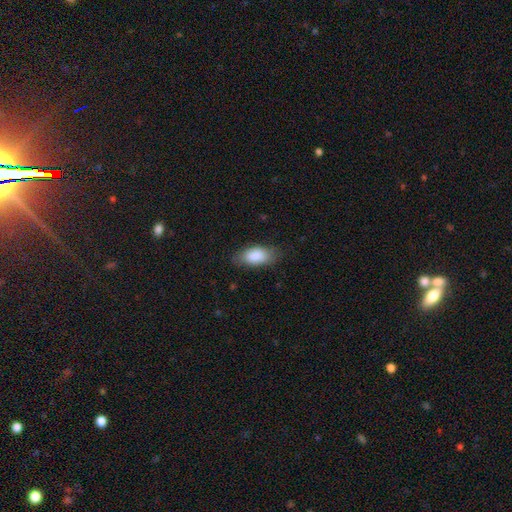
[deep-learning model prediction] The model was most divided on "merging": none: 77%, minor disturbance: 17%, major disturbance: 5%, merger: 1%. More confident: how rounded — in between (90%); smooth or featured — smooth (87%).